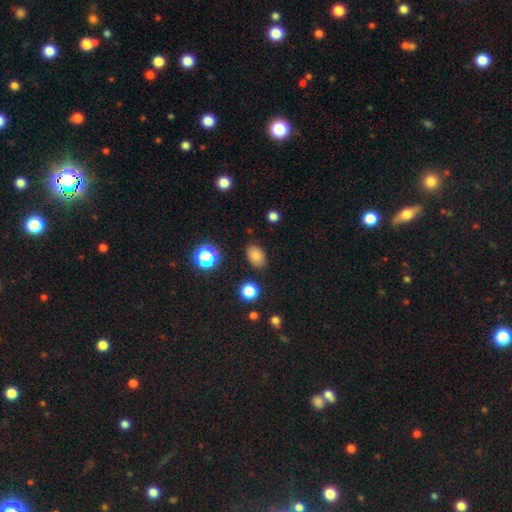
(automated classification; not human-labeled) smooth_or_featured: smooth (p=0.81) [alt: star or artifact p=0.13]
how_rounded: in between (p=0.81) [alt: round p=0.18]
merging: none (p=0.84) [alt: minor disturbance p=0.11]